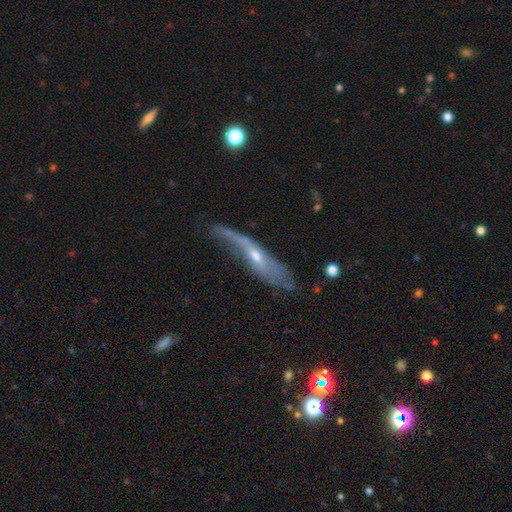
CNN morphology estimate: A featured or disk galaxy (69%) viewed edge-on (58%).

Vote fractions:
- Smooth or featured? featured or disk: 69% / smooth: 22% / star or artifact: 9%
- Edge-on disk? yes: 58% / no: 42%
- Merging? none: 42% / minor disturbance: 31% / major disturbance: 23% / merger: 5%